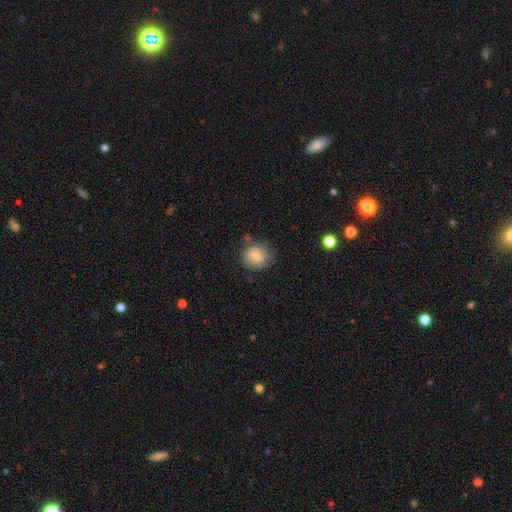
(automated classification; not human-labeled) Overall: smooth (81%). How rounded: round (81%). Merging: none (71%).